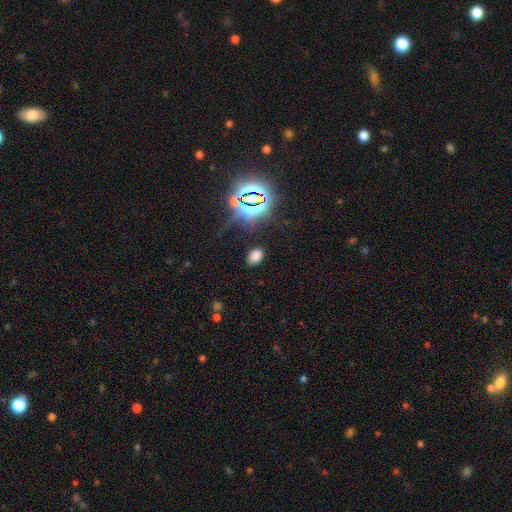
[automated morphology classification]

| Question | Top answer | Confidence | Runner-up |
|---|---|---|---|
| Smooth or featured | smooth | 69% | star or artifact (25%) |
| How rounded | in between | 88% | round (11%) |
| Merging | none | 84% | minor disturbance (10%) |